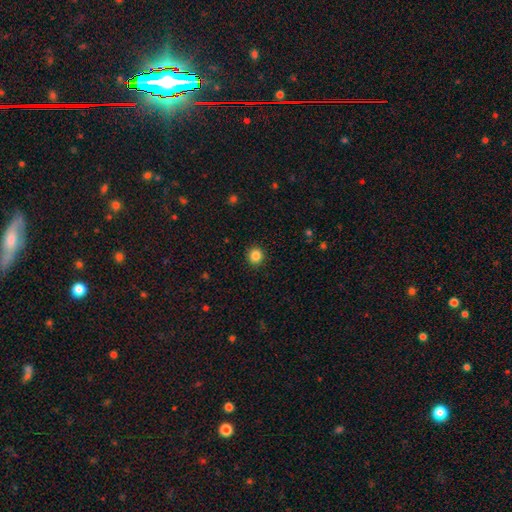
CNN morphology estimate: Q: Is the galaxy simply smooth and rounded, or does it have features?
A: smooth — 86%.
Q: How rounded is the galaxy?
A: round — 92%.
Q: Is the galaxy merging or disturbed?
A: none — 92%.